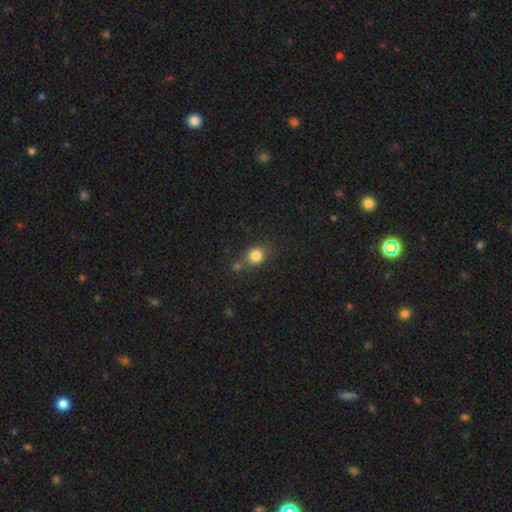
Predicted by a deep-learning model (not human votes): smooth_or_featured: smooth (p=0.82) [alt: star or artifact p=0.12]
how_rounded: round (p=0.80) [alt: in between p=0.18]
merging: none (p=0.64) [alt: merger p=0.17]